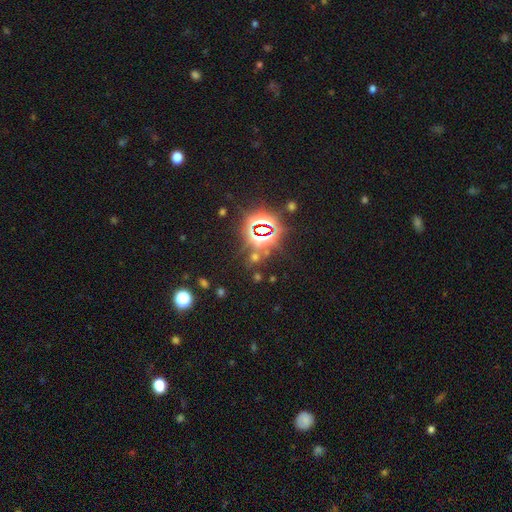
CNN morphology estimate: type=star or artifact (80%).